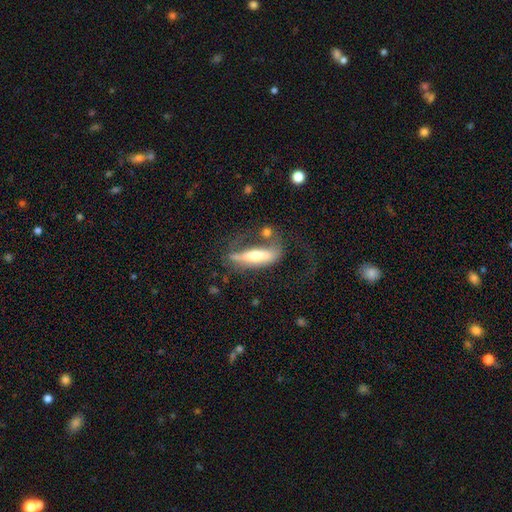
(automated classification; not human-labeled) This is possibly a smooth galaxy (47%). Merging: marginally major disturbance (35%, tied with none).